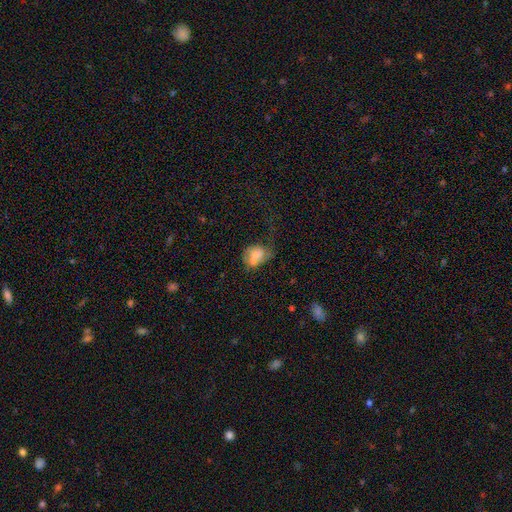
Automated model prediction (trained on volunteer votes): A smooth galaxy with no disk features (62%) that is in between round and cigar-shaped (60%).

Vote fractions:
- Smooth or featured? smooth: 62% / featured or disk: 28% / star or artifact: 10%
- How rounded? in between: 60% / round: 38% / cigar-shaped: 1%
- Merging? merger: 38% / none: 22% / major disturbance: 21% / minor disturbance: 18%